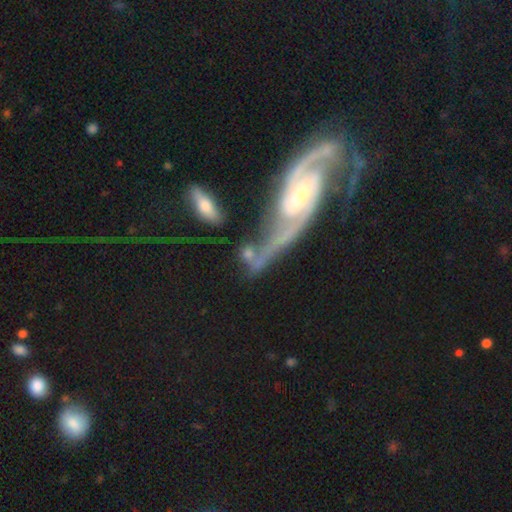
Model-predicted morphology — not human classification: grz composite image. It shows a featured or disk galaxy (68%) with no bar (43%), spiral arms (87%) and a small central bulge (50%). Merging: none (39%).